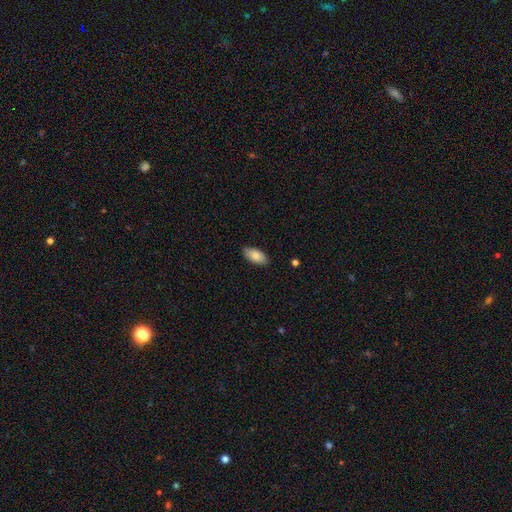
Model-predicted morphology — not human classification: A smooth galaxy with no disk features (83%) that is in between round and cigar-shaped (92%). Merging: none (88%).